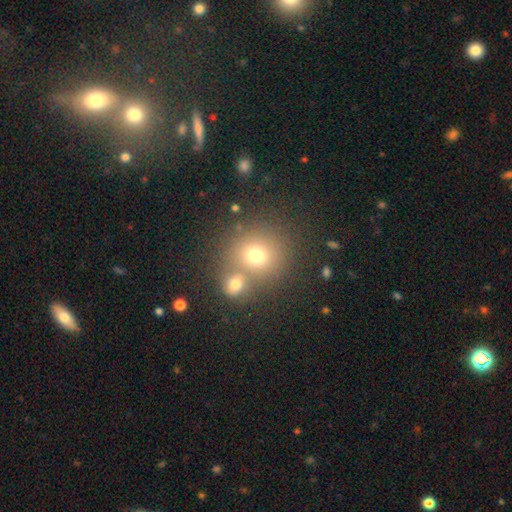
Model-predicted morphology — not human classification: type=smooth (72%); roundness=round (86%); merging=none (54%).